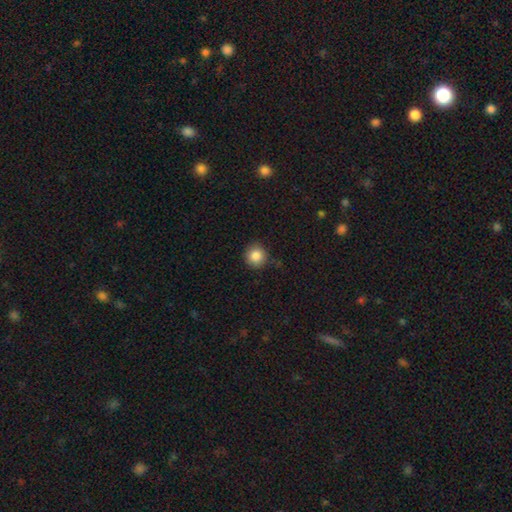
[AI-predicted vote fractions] smooth_or_featured: smooth (p=0.86) [alt: star or artifact p=0.10]
how_rounded: round (p=0.93) [alt: in between p=0.06]
merging: none (p=0.85) [alt: minor disturbance p=0.11]